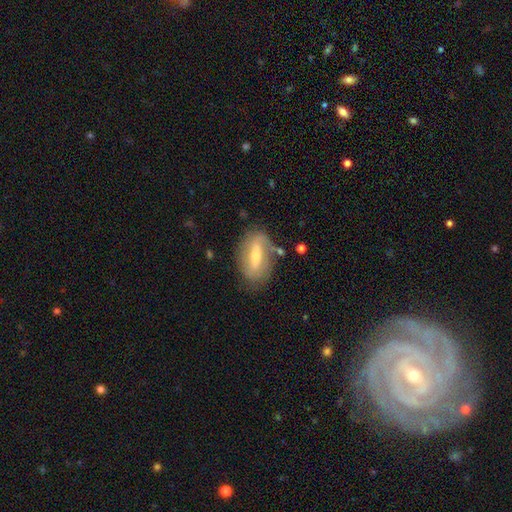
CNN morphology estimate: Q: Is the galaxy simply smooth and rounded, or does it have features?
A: featured or disk — 70%.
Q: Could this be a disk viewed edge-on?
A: no — 87%.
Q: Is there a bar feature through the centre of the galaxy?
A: strong — 50%.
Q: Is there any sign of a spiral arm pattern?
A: yes — 77%.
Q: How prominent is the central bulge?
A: moderate — 52%.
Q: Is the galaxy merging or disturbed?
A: none — 72%.